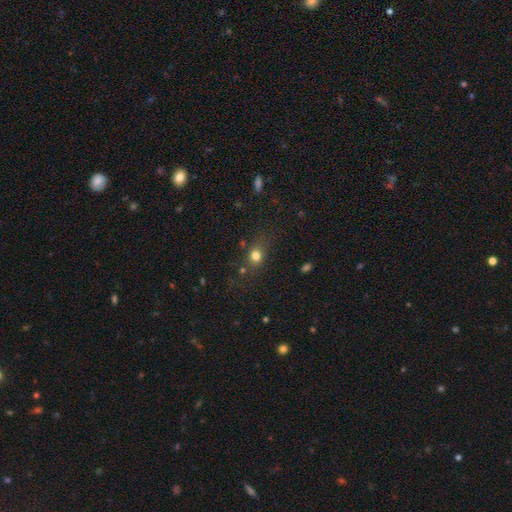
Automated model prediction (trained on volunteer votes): This is likely a smooth galaxy (74%). How rounded: possibly round (52%). Merging: likely none (68%).